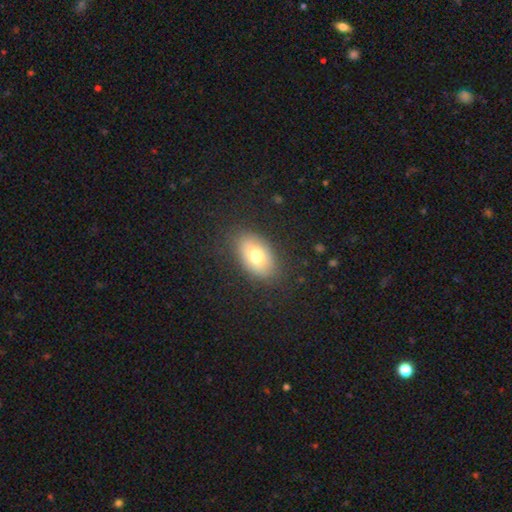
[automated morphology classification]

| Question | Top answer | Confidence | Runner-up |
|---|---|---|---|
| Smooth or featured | smooth | 70% | featured or disk (21%) |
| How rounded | in between | 87% | round (11%) |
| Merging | none | 81% | minor disturbance (13%) |